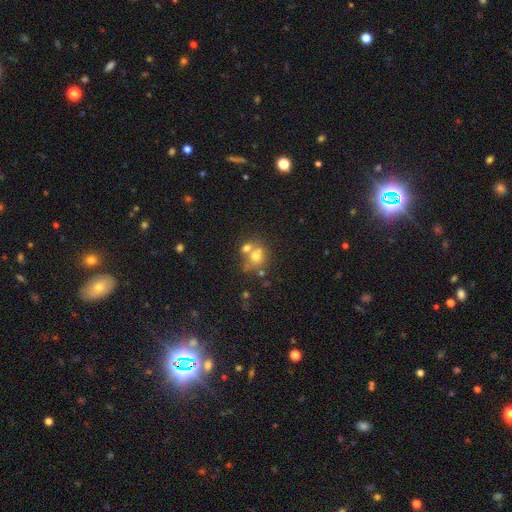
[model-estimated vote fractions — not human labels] Smooth or featured: smooth — 62% (featured or disk — 23%)
How rounded: round — 74% (in between — 25%)
Merging: merger — 44% (none — 40%)